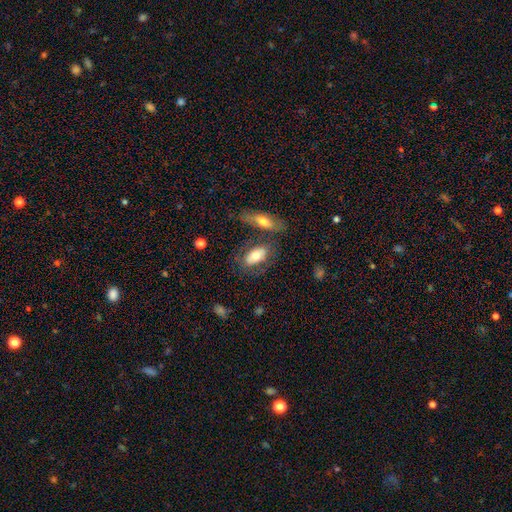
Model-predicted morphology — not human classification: Q: Smooth or featured?
A: smooth (66%); runner-up: featured or disk (27%)
Q: How rounded?
A: in between (88%); runner-up: cigar-shaped (8%)
Q: Merging?
A: none (62%); runner-up: merger (16%)